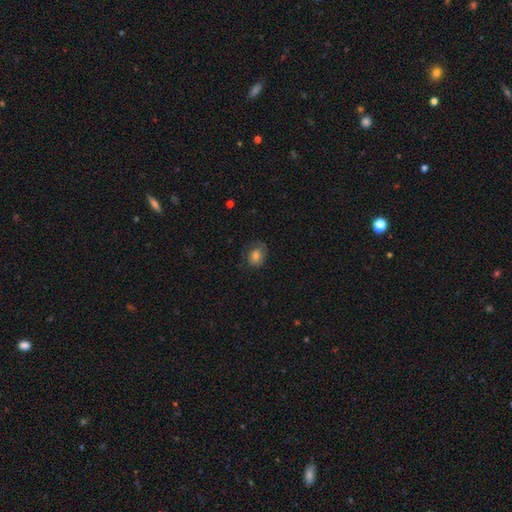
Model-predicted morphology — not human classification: Smooth or featured? Predicted: smooth (p=0.75). How rounded? Predicted: in between (p=0.52). Merging? Predicted: none (p=0.67).